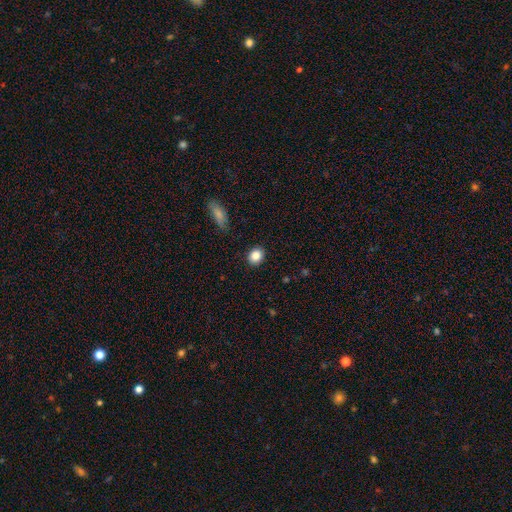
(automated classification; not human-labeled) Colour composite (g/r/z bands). It shows a smooth galaxy with no disk features (86%) that is round (60%). Merging: none (88%).